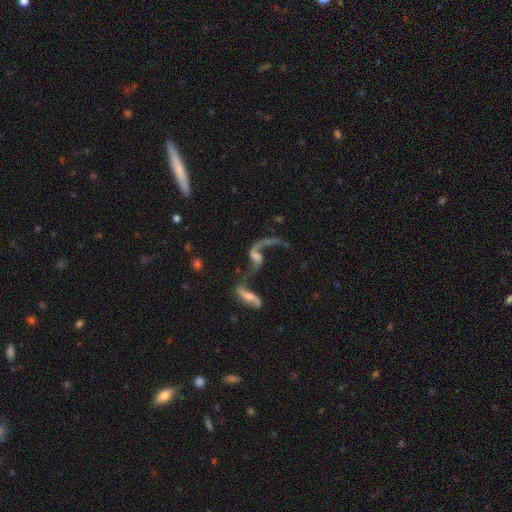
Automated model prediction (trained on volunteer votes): The model was most divided on "bar": no: 50%, weak: 35%, strong: 15%. Remaining: edge-on disk — no (93%); spiral winding — loose (90%); spiral arms — yes (77%); smooth or featured — featured or disk (72%); spiral arm count — 2 (60%); merging — merger (60%); bulge size — none (41%).